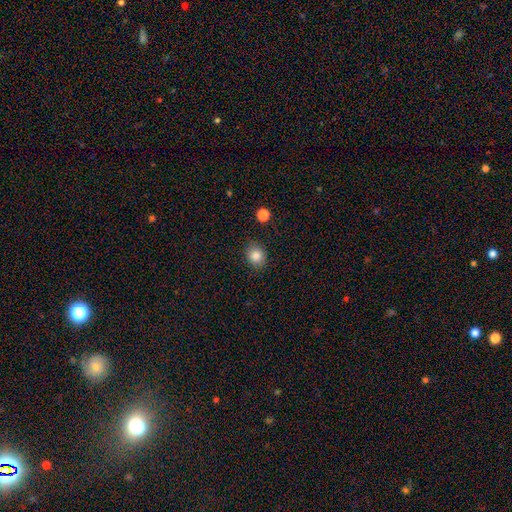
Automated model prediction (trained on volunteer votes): A smooth galaxy with no disk features (84%) that is round (65%).

Vote fractions:
- Smooth or featured? smooth: 84% / star or artifact: 10% / featured or disk: 5%
- How rounded? round: 65% / in between: 35% / cigar-shaped: 1%
- Merging? none: 86% / minor disturbance: 10% / major disturbance: 3% / merger: 2%